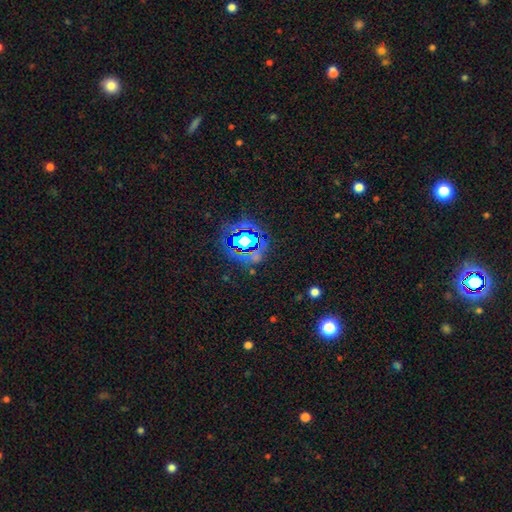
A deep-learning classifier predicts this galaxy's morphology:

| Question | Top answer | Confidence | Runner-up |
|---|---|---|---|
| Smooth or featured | star or artifact | 74% | smooth (15%) |